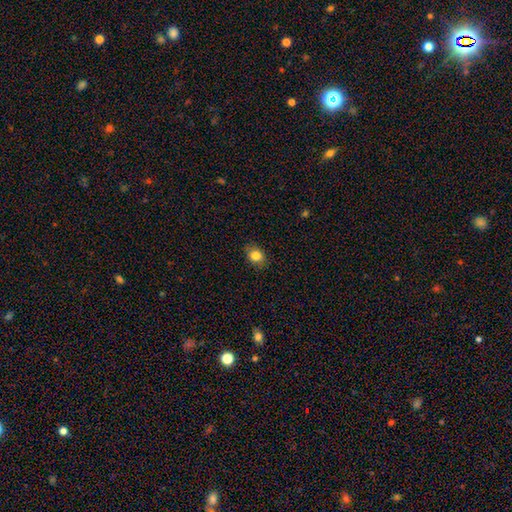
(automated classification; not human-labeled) A smooth galaxy with no disk features (83%) that is in between round and cigar-shaped (57%).

Vote fractions:
- Smooth or featured? smooth: 83% / star or artifact: 10% / featured or disk: 7%
- How rounded? in between: 57% / round: 42% / cigar-shaped: 1%
- Merging? none: 85% / minor disturbance: 12% / major disturbance: 3% / merger: 1%